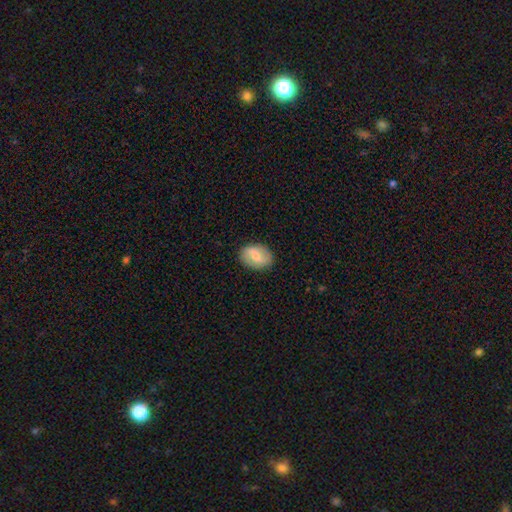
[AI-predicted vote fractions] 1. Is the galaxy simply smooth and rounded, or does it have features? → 52% smooth, 41% featured or disk, 7% star or artifact.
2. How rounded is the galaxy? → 75% in between, 23% round, 2% cigar-shaped.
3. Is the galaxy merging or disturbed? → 86% none, 11% minor disturbance, 3% major disturbance, 1% merger.